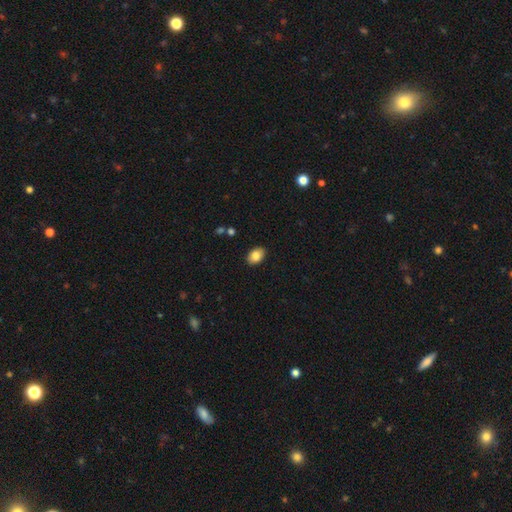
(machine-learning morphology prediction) Overall: smooth (84%). How rounded: in between (86%). Merging: none (89%).